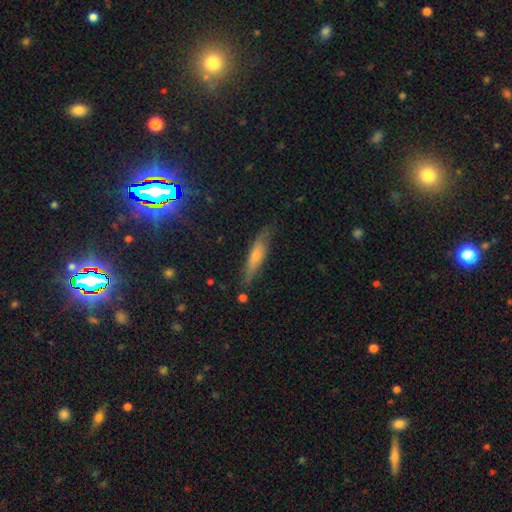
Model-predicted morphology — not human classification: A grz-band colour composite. It shows a smooth galaxy with no disk features (46%). Merging: none (79%).